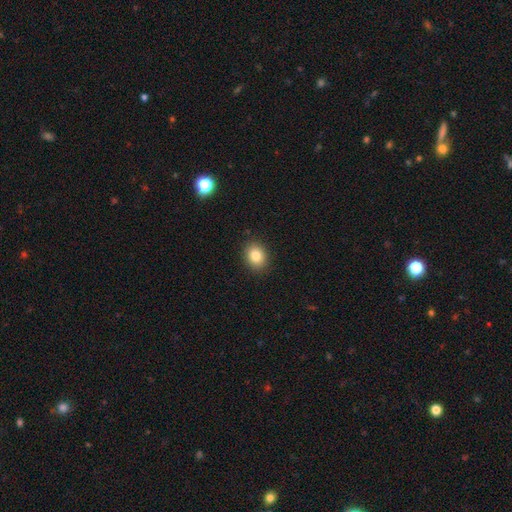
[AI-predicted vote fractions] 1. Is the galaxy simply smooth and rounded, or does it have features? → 83% smooth, 10% star or artifact, 7% featured or disk.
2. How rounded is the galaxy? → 53% round, 46% in between, 1% cigar-shaped.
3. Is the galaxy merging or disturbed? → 90% none, 7% minor disturbance, 2% major disturbance, 1% merger.